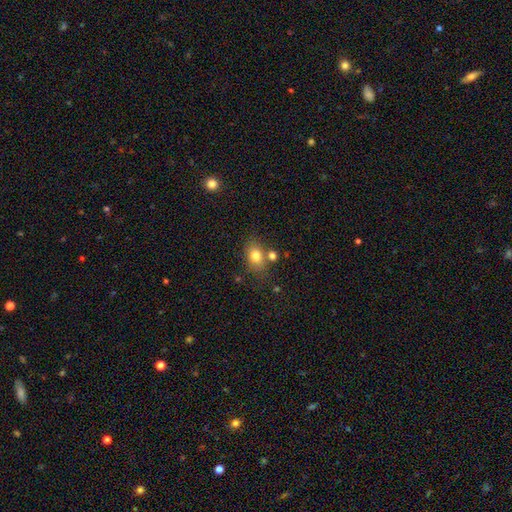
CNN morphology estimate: Smooth or featured? smooth (78%)
How rounded? in between (69%)
Merging? none (65%)